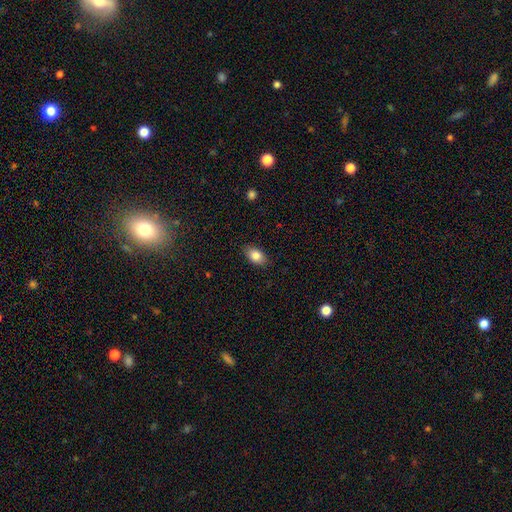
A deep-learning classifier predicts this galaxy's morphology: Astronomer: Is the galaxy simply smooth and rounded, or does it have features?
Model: smooth — 84%.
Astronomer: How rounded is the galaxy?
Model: in between — 88%.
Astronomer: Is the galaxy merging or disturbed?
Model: none — 86%.